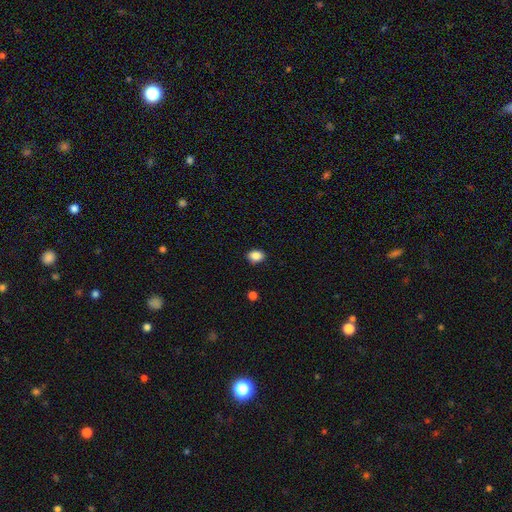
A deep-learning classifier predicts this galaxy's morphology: A smooth galaxy with no disk features (87%) that is in between round and cigar-shaped (71%).

Vote fractions:
- Smooth or featured? smooth: 87% / star or artifact: 9% / featured or disk: 4%
- How rounded? in between: 71% / round: 28% / cigar-shaped: 1%
- Merging? none: 88% / minor disturbance: 9% / major disturbance: 2% / merger: 1%